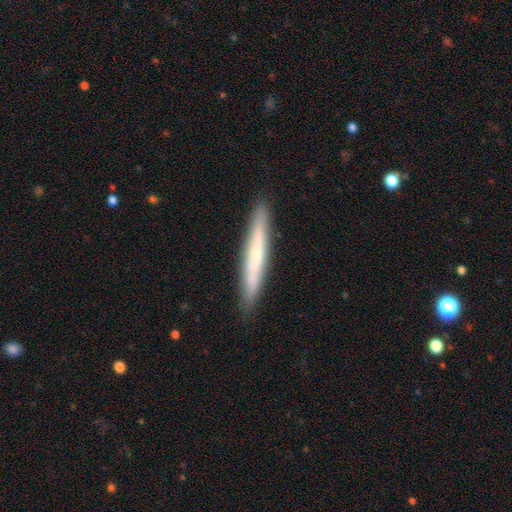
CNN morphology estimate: A smooth galaxy with no disk features (47%, tied with featured or disk). Merging: none (89%).